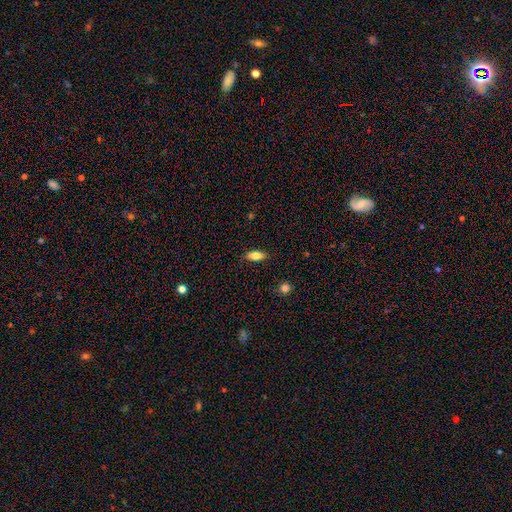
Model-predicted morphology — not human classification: type=smooth (79%); roundness=in between (80%); merging=none (86%).